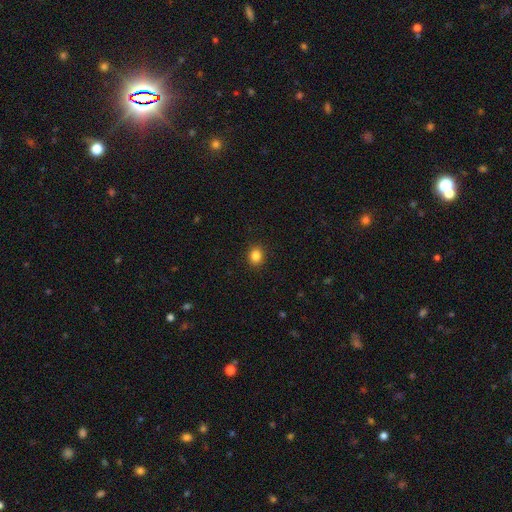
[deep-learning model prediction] Q: Smooth or featured?
A: smooth (85%); runner-up: star or artifact (11%)
Q: How rounded?
A: round (66%); runner-up: in between (33%)
Q: Merging?
A: none (91%); runner-up: minor disturbance (6%)